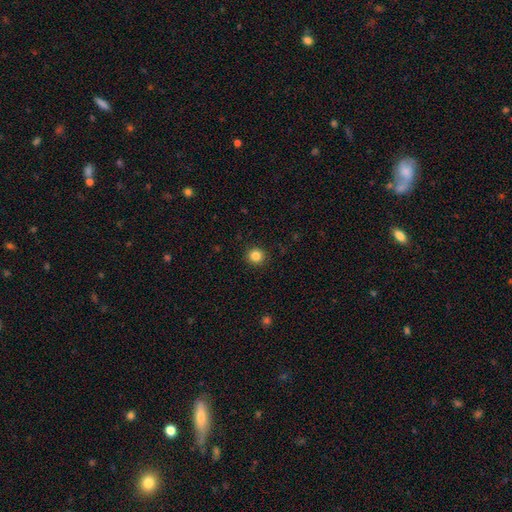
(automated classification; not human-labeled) Smooth or featured? smooth (85%)
How rounded? round (93%)
Merging? none (92%)